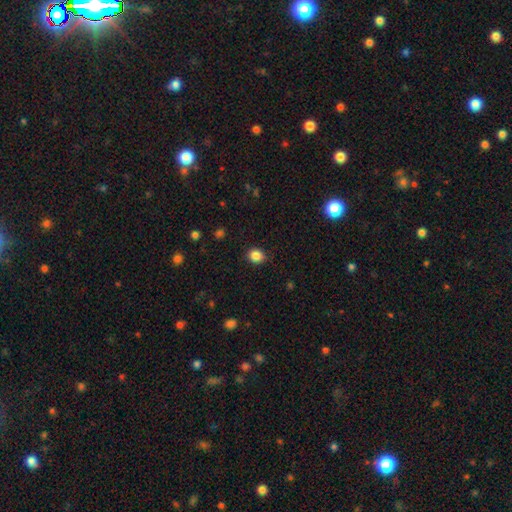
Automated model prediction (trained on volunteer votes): Smooth or featured? smooth (86%)
How rounded? round (72%)
Merging? none (89%)